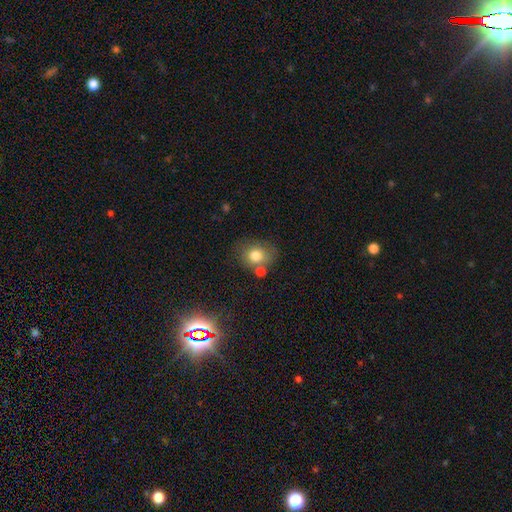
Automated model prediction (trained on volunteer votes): The model was most divided on "how rounded": round: 60%, in between: 39%, cigar-shaped: 1%. More confident: smooth or featured — smooth (77%); merging — none (62%).